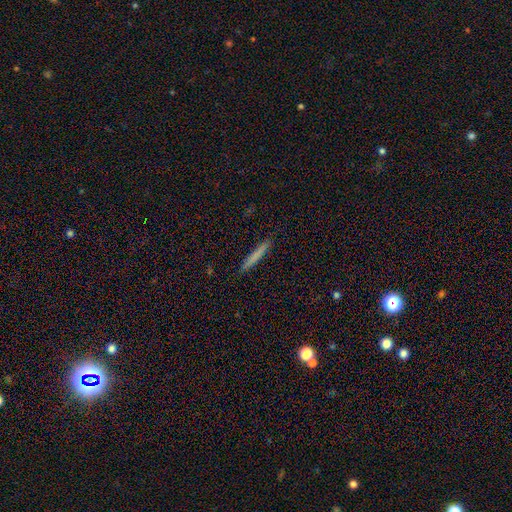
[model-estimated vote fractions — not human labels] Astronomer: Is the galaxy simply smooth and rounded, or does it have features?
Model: smooth — 74%.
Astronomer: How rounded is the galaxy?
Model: cigar-shaped — 96%.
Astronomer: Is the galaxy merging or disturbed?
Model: none — 92%.